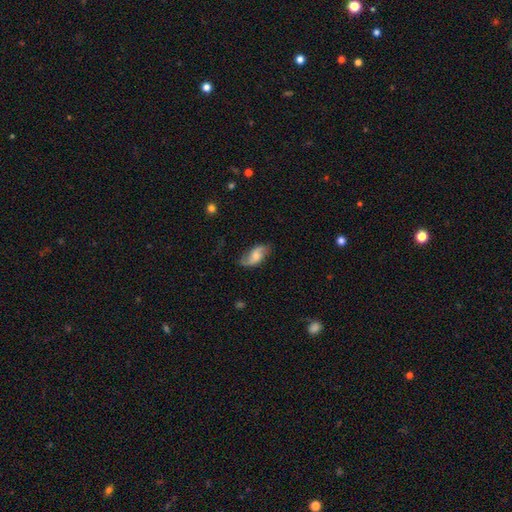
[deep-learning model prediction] smooth_or_featured: featured or disk (p=0.56) [alt: smooth p=0.37]
disk_edge_on: no (p=0.93) [alt: yes p=0.07]
bar: no (p=0.57) [alt: weak p=0.34]
has_spiral_arms: yes (p=0.89) [alt: no p=0.11]
bulge_size: moderate (p=0.48) [alt: small p=0.40]
merging: none (p=0.69) [alt: minor disturbance p=0.22]